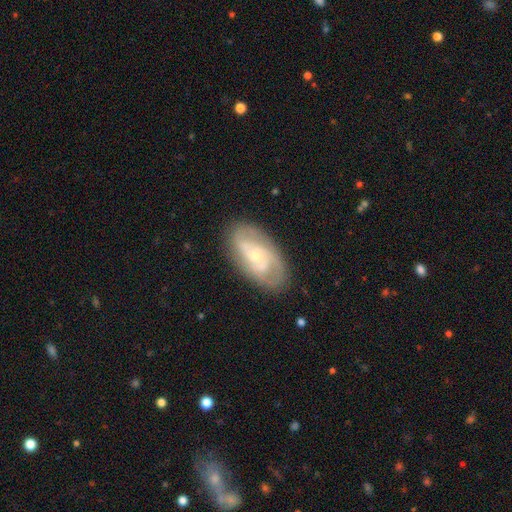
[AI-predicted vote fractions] A featured or disk galaxy (75%) with no bar (57%), 2 (48%) medium (43%) spiral arms (90%) and a small central bulge (58%). Merging: none (78%).